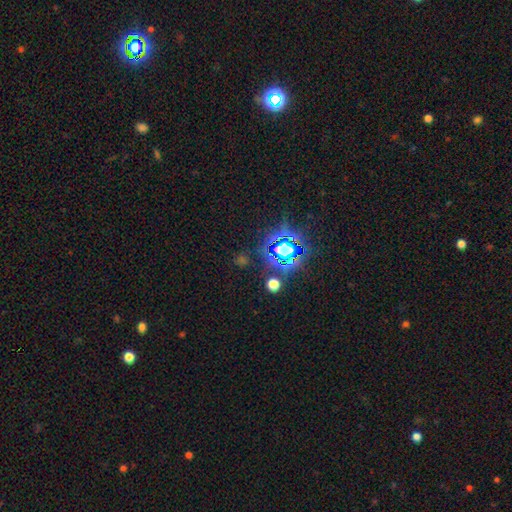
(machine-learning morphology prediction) type=star or artifact (82%).